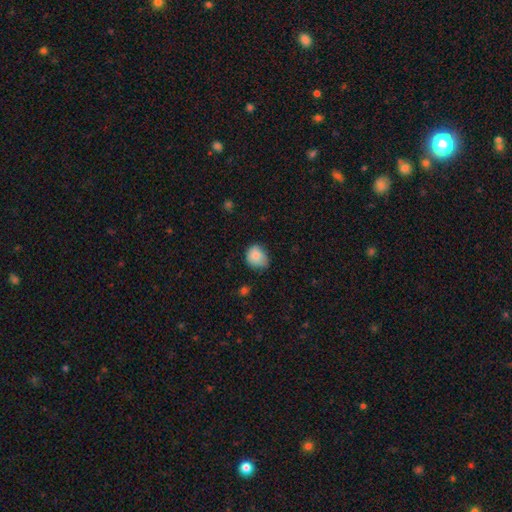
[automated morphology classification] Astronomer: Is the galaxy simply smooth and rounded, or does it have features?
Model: smooth — 84%.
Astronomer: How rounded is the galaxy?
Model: round — 60% (runner-up: in between, 39%).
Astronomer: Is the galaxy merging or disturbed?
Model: none — 56% (runner-up: minor disturbance, 35%).